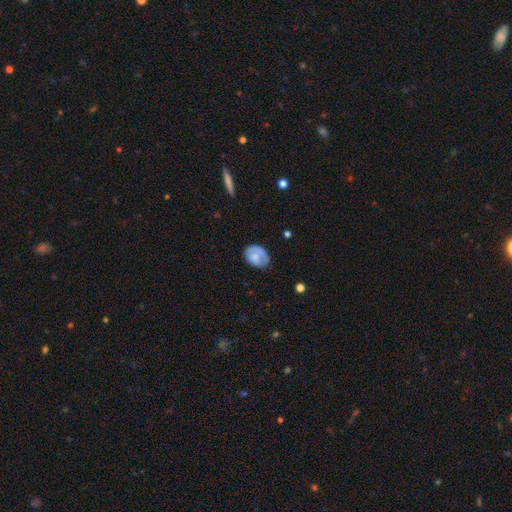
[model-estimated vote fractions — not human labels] This appears to be a smooth galaxy with no disk features (64%) that is in between round and cigar-shaped (71%). Merging: none (56%).